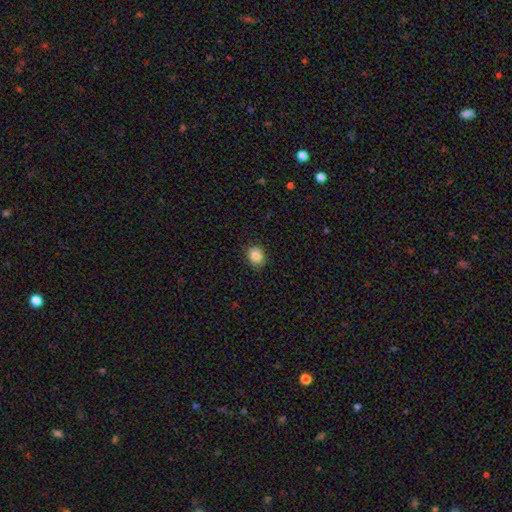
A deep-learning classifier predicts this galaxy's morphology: Overall: smooth (85%). How rounded: round (57%; in between 42%). Merging: none (89%).